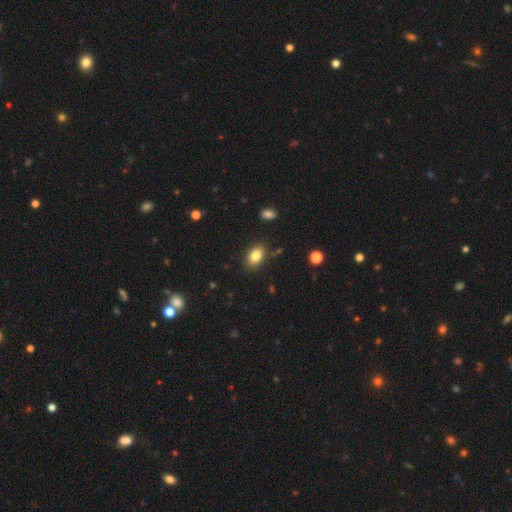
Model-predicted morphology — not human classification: Smooth or featured? smooth (83%)
How rounded? in between (85%)
Merging? none (84%)